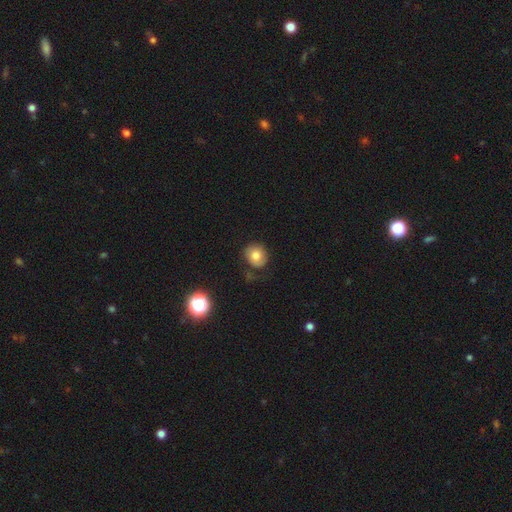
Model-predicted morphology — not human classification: smooth 75%, featured or disk 14%, star or artifact 11%. Down the decision tree: how rounded — round (78%); merging — none (68%).